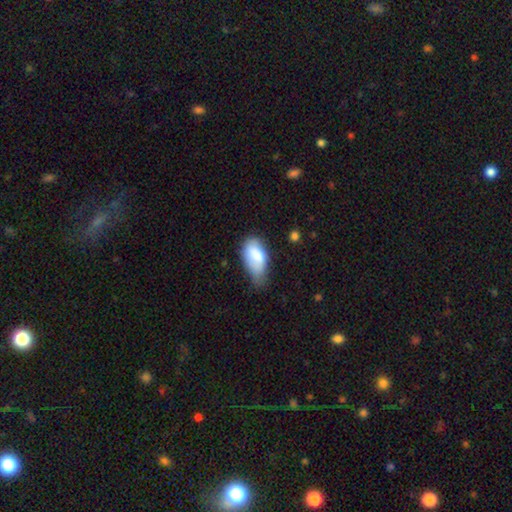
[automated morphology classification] Smooth or featured? smooth (81%)
How rounded? in between (93%)
Merging? minor disturbance (49%)